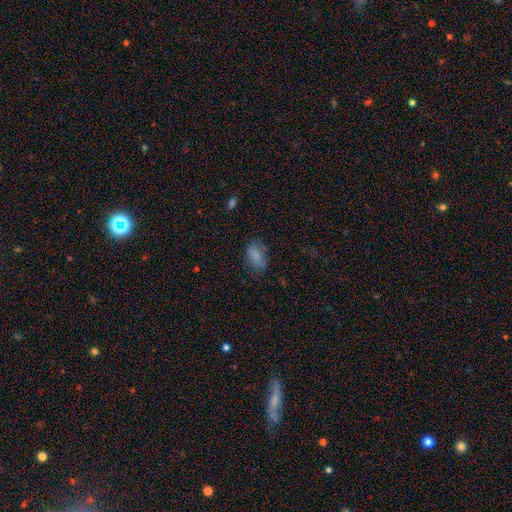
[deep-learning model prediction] Smooth or featured? Predicted: smooth (p=0.82). How rounded? Predicted: in between (p=0.91). Merging? Predicted: none (p=0.66).